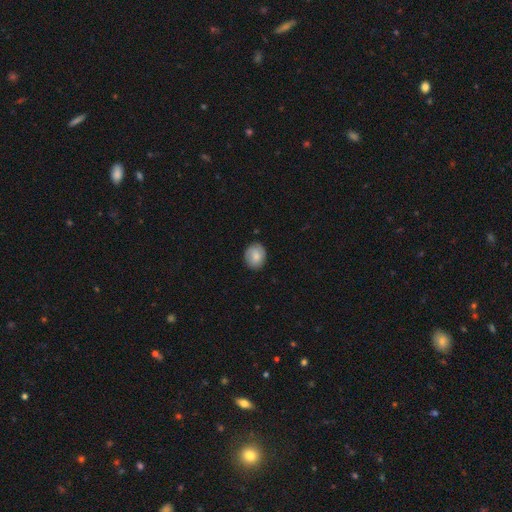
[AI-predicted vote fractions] Q: Smooth or featured?
A: smooth (78%); runner-up: featured or disk (15%)
Q: How rounded?
A: round (57%); runner-up: in between (42%)
Q: Merging?
A: none (83%); runner-up: minor disturbance (13%)